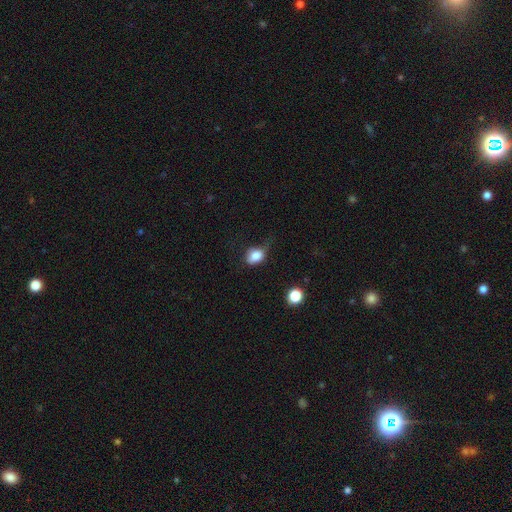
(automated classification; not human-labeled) smooth-or-featured: smooth: 79% | featured or disk: 11% | star or artifact: 10%
  how-rounded: in between: 58% | round: 41% | cigar-shaped: 2%
  merging: minor disturbance: 38% | none: 36% | major disturbance: 23% | merger: 3%